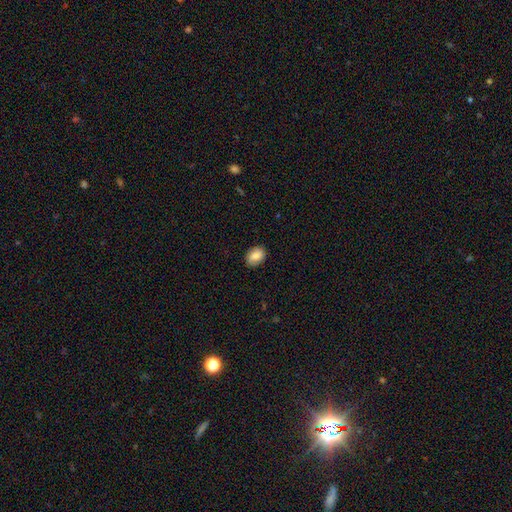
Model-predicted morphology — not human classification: smooth_or_featured: smooth (p=0.84) [alt: featured or disk p=0.09]
how_rounded: in between (p=0.74) [alt: round p=0.24]
merging: none (p=0.87) [alt: minor disturbance p=0.10]